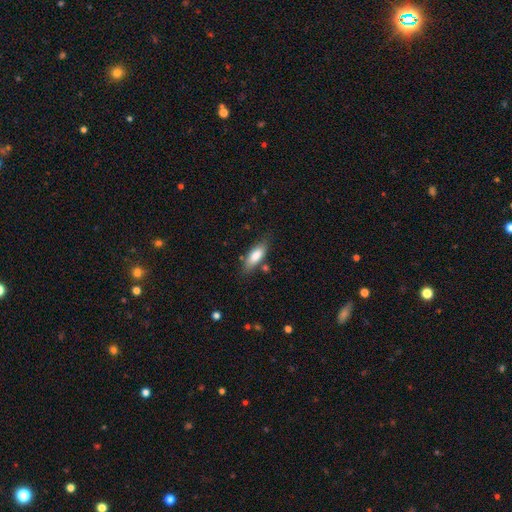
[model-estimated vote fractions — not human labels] Q: Smooth or featured?
A: smooth (81%); runner-up: featured or disk (13%)
Q: How rounded?
A: in between (70%); runner-up: cigar-shaped (28%)
Q: Merging?
A: none (76%); runner-up: minor disturbance (16%)